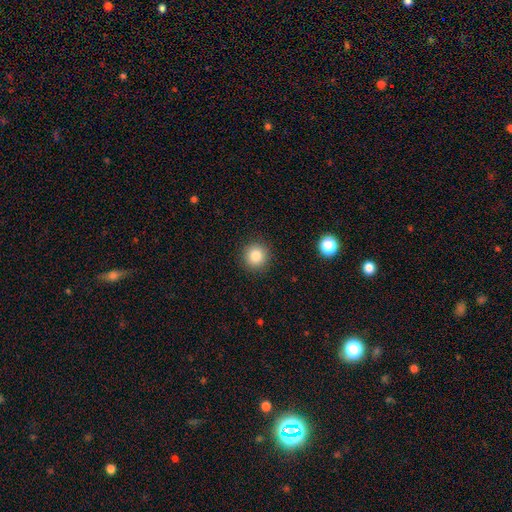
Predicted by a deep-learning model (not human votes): smooth-or-featured: smooth: 84% | star or artifact: 10% | featured or disk: 6%
  how-rounded: round: 93% | in between: 6% | cigar-shaped: 1%
  merging: none: 91% | minor disturbance: 6% | major disturbance: 2% | merger: 1%